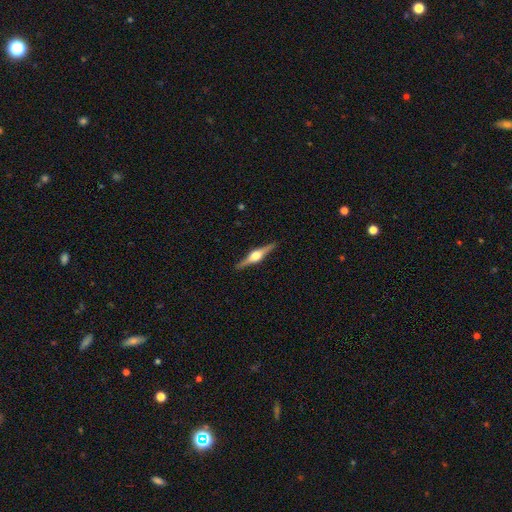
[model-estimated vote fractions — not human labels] A featured or disk galaxy (80%) viewed edge-on (98%) with a rounded central bulge (94%). Merging: none (91%).